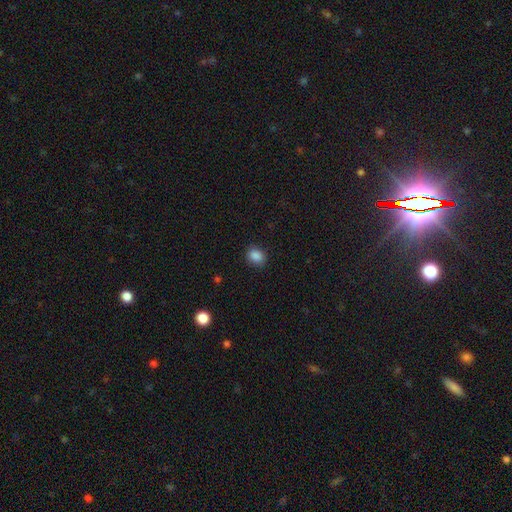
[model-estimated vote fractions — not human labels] Q: Smooth or featured?
A: smooth (87%); runner-up: star or artifact (10%)
Q: How rounded?
A: round (51%); runner-up: in between (48%)
Q: Merging?
A: none (86%); runner-up: minor disturbance (11%)